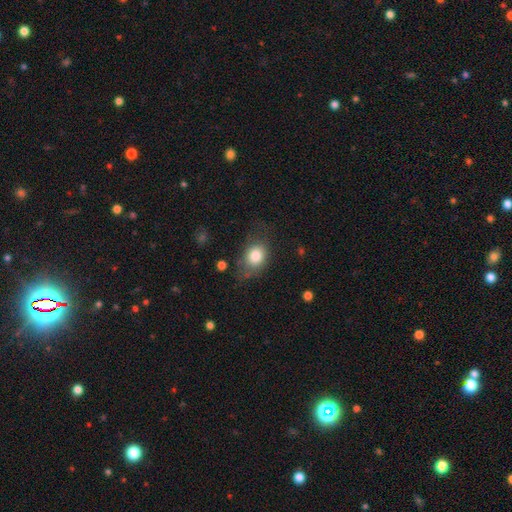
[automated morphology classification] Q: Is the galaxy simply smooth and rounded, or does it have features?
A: smooth — 80%.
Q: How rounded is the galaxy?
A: in between — 62%.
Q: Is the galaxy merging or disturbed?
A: none — 57%.